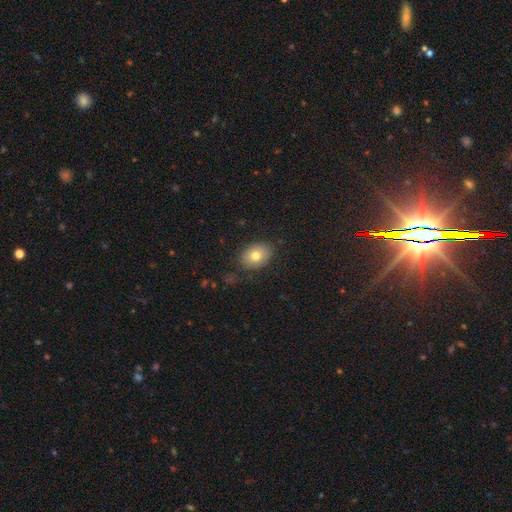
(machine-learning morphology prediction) smooth_or_featured: smooth (p=0.77) [alt: featured or disk p=0.14]
how_rounded: in between (p=0.72) [alt: round p=0.27]
merging: none (p=0.81) [alt: minor disturbance p=0.13]